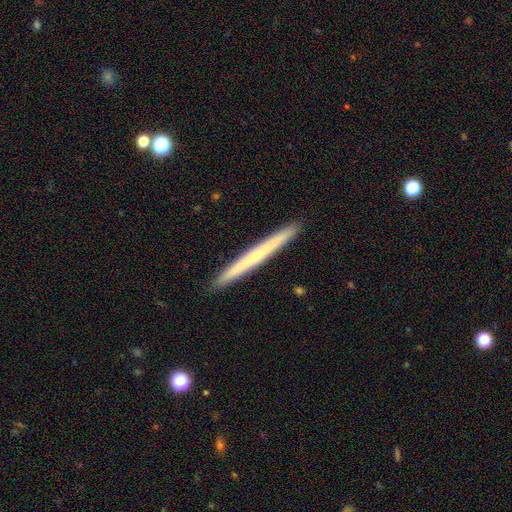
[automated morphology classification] smooth_or_featured: featured or disk (p=0.47) [alt: smooth p=0.46]
merging: none (p=0.93) [alt: minor disturbance p=0.05]